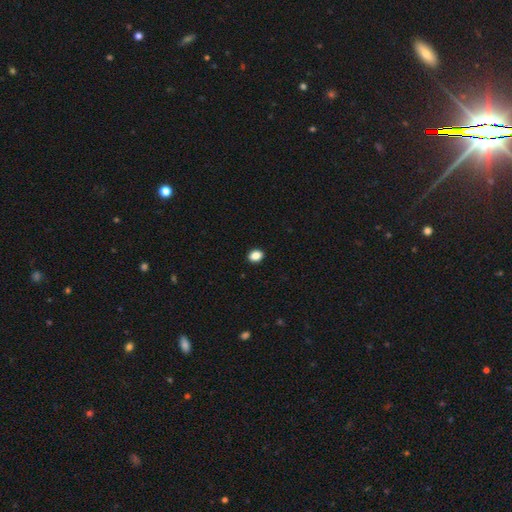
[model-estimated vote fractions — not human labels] Smooth or featured? smooth (87%)
How rounded? in between (62%)
Merging? none (92%)